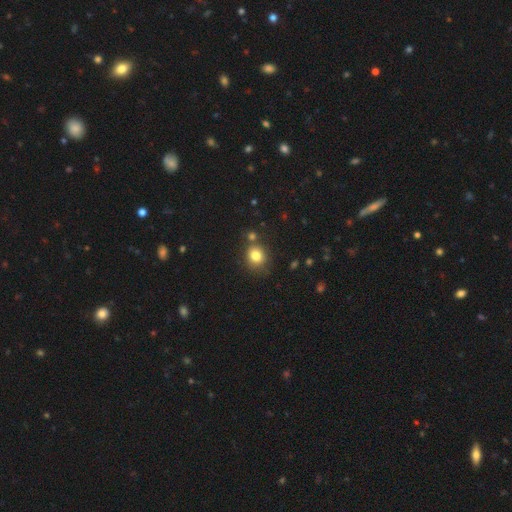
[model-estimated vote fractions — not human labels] Morphology: type=smooth (81%); roundness=round (73%); merging=none (70%).